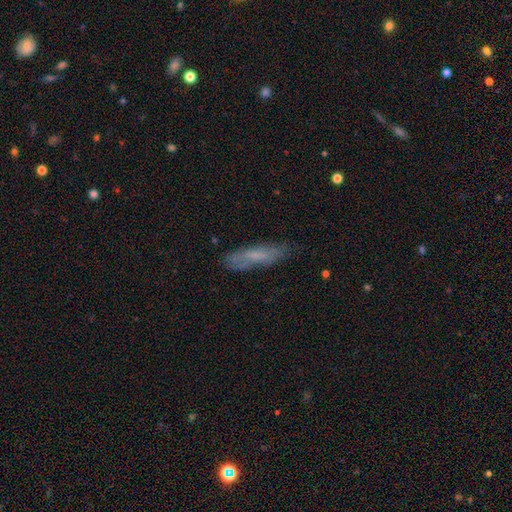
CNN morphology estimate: Overall: smooth (56%; featured or disk 36%). How rounded: cigar-shaped (73%). Merging: none (71%).